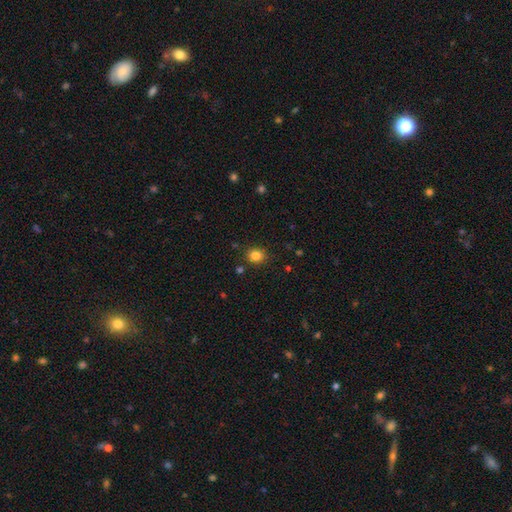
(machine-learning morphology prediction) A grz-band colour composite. It shows a smooth galaxy with no disk features (82%) that is round (72%). Merging: none (87%).